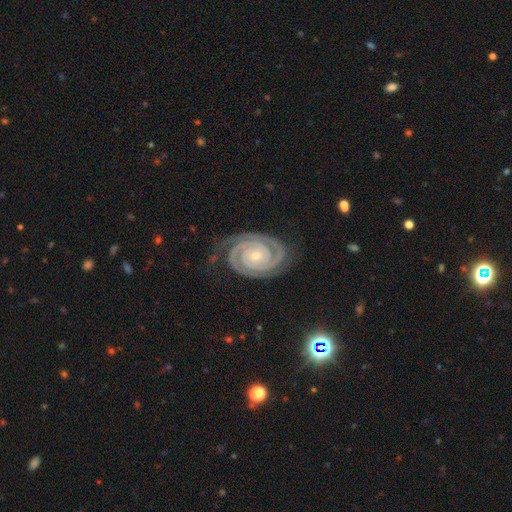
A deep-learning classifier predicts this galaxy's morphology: A featured or disk galaxy (94%) with no bar (75%), 2 (83%) tight (88%) spiral arms (99%) and a small central bulge (76%). Merging: none (82%).